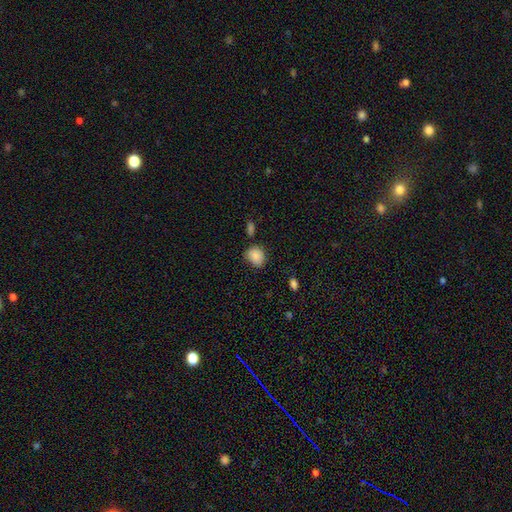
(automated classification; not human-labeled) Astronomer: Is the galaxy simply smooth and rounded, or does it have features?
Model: smooth — 87%.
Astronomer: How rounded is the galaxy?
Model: round — 57% (runner-up: in between, 42%).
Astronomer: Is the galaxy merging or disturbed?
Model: none — 71%.